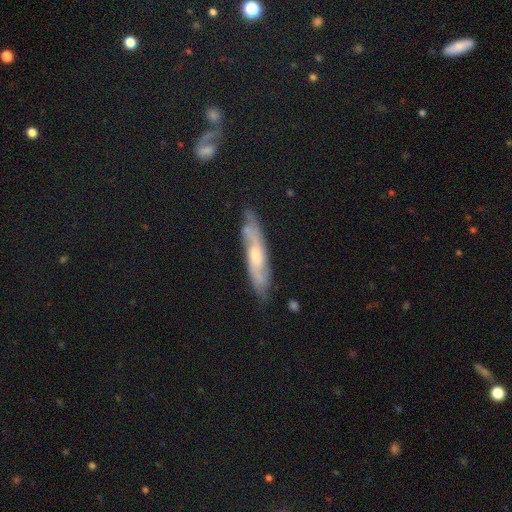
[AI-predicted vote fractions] smooth-or-featured: featured or disk: 69% | smooth: 25% | star or artifact: 7%
  disk-edge-on: no: 52% | yes: 48%
  merging: none: 75% | minor disturbance: 18% | major disturbance: 4% | merger: 2%